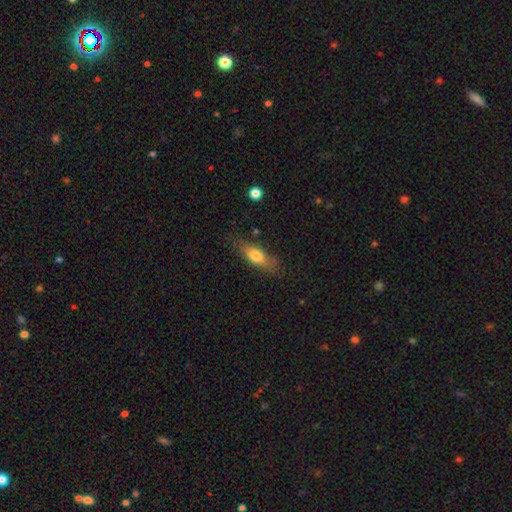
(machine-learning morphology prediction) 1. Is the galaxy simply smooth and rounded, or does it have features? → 69% smooth, 24% featured or disk, 7% star or artifact.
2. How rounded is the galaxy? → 62% in between, 34% cigar-shaped, 4% round.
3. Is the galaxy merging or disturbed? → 74% none, 19% minor disturbance, 5% major disturbance, 2% merger.